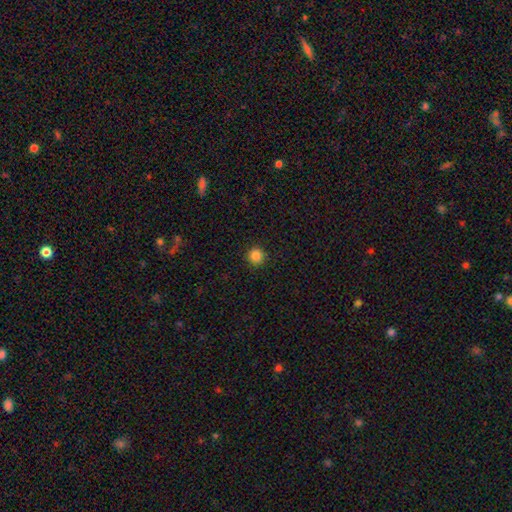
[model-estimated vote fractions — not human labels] A smooth galaxy with no disk features (85%) that is round (95%).

Vote fractions:
- Smooth or featured? smooth: 85% / star or artifact: 12% / featured or disk: 3%
- How rounded? round: 95% / in between: 4% / cigar-shaped: 1%
- Merging? none: 92% / minor disturbance: 5% / major disturbance: 2% / merger: 1%